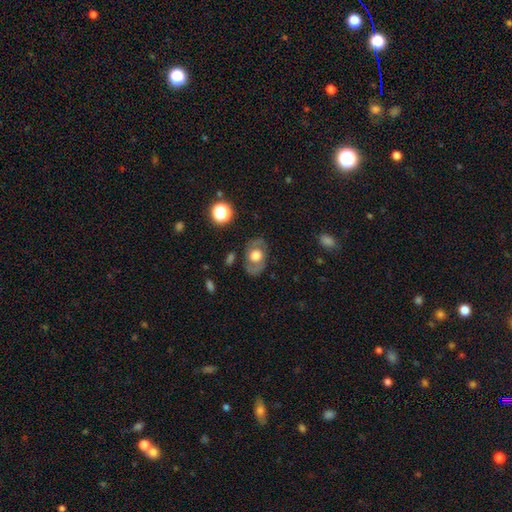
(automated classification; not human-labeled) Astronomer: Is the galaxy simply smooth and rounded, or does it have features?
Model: featured or disk — 53% (runner-up: smooth, 39%).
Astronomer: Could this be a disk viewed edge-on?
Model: no — 92%.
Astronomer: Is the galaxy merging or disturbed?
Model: none — 76%.